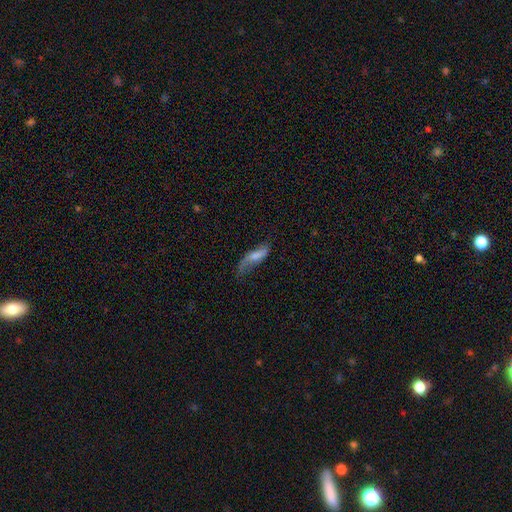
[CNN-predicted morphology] smooth_or_featured: featured or disk (p=0.55) [alt: smooth p=0.37]
disk_edge_on: no (p=0.79) [alt: yes p=0.21]
merging: none (p=0.53) [alt: minor disturbance p=0.28]